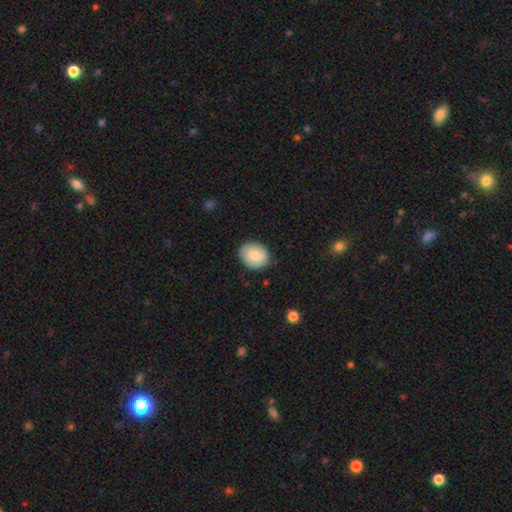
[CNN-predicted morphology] The model was most divided on "how rounded": round: 54%, in between: 45%, cigar-shaped: 1%. More confident: merging — none (84%); smooth or featured — smooth (83%).